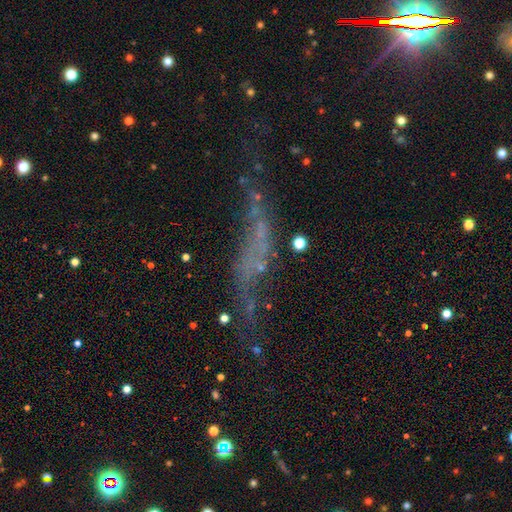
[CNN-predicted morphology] Smooth or featured?
  - featured or disk: 47% *
  - star or artifact: 31%
  - smooth: 21%
Merging?
  - none: 41% *
  - major disturbance: 31%
  - minor disturbance: 19%
  - merger: 9%